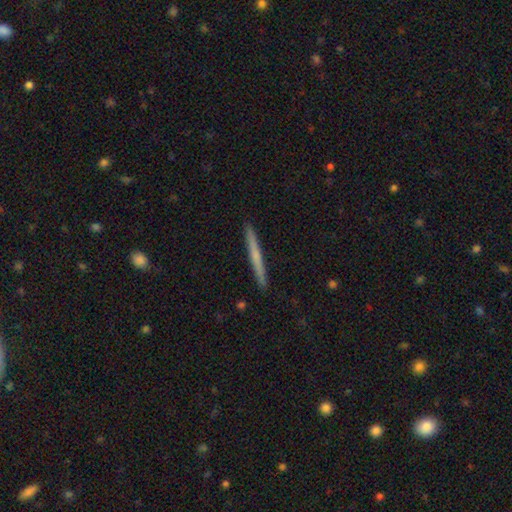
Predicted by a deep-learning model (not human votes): A smooth galaxy with no disk features (50%) that is cigar-shaped (97%).

Vote fractions:
- Smooth or featured? smooth: 50% / featured or disk: 44% / star or artifact: 6%
- How rounded? cigar-shaped: 97% / in between: 2% / round: 1%
- Merging? none: 92% / minor disturbance: 6% / major disturbance: 1% / merger: 1%